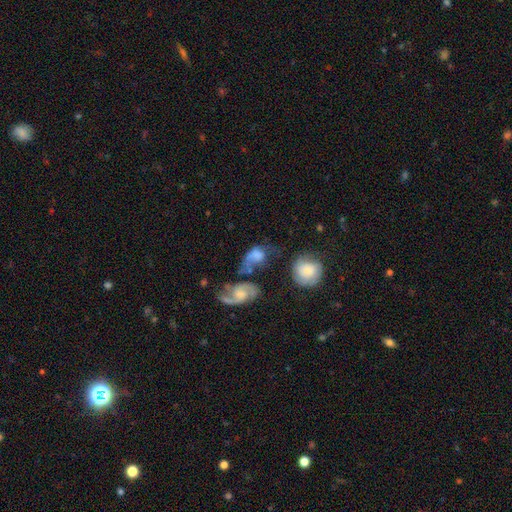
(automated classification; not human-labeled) Morphology: type=smooth (48%); merging=merger (33%).